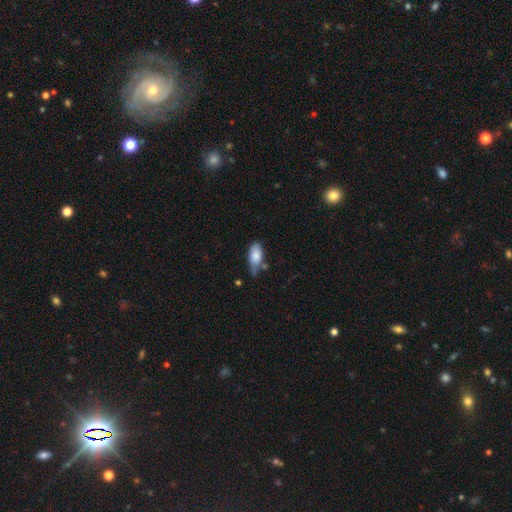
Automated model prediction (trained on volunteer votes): smooth 80%, featured or disk 13%, star or artifact 7%. Down the decision tree: how rounded — in between (89%); merging — none (44%).